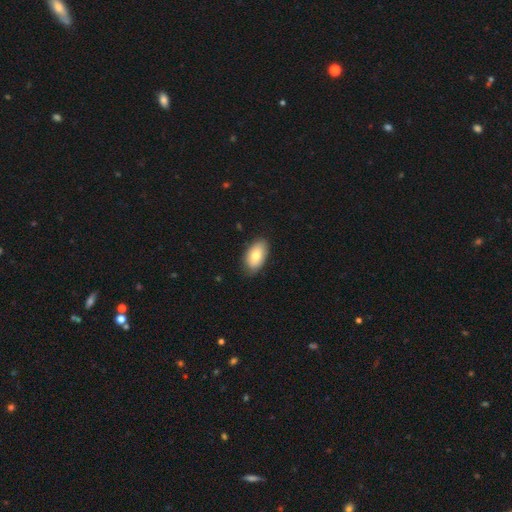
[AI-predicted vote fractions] This is likely a smooth galaxy (79%). How rounded: clearly in between (94%). Merging: clearly none (81%).